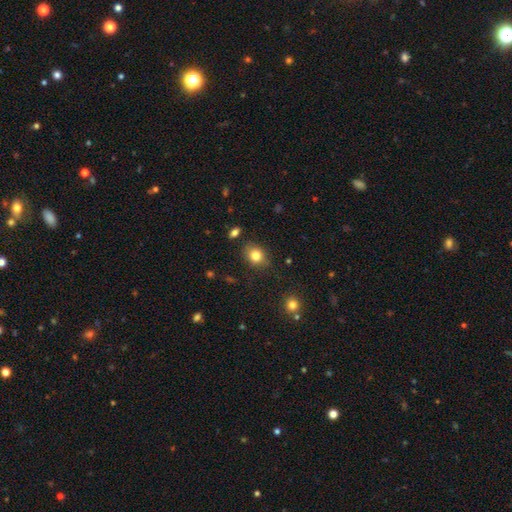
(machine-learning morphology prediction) smooth 82%, star or artifact 11%, featured or disk 8%. Down the decision tree: how rounded — round (56%); merging — none (79%).